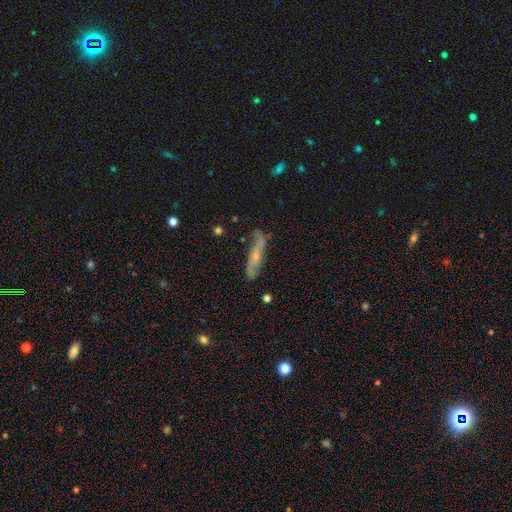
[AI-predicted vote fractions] A featured or disk galaxy (67%). Merging: none (68%).